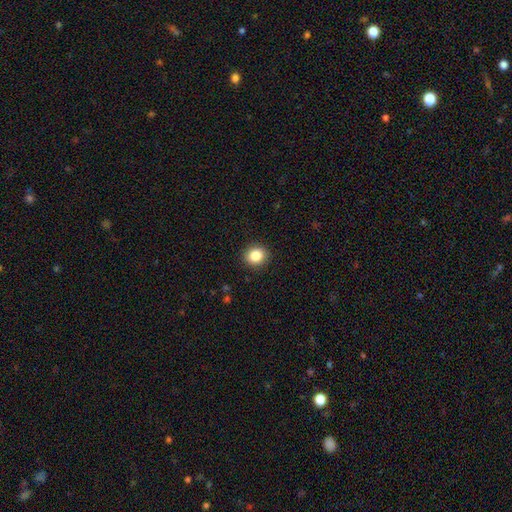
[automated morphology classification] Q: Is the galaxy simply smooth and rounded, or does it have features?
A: smooth — 85%.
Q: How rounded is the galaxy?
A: round — 83%.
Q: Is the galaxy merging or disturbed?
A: none — 91%.